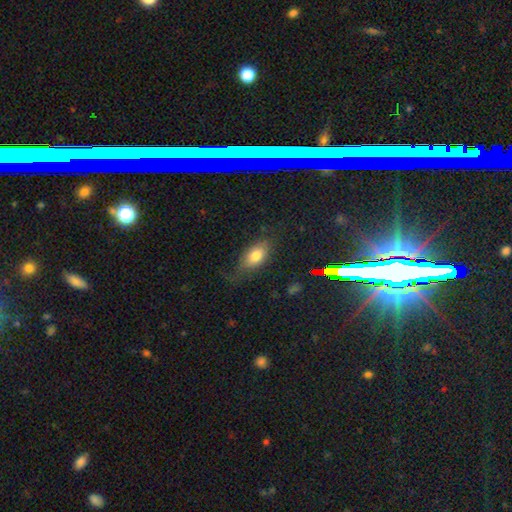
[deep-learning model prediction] Smooth or featured? Predicted: smooth (p=0.73). How rounded? Predicted: in between (p=0.87). Merging? Predicted: none (p=0.59).